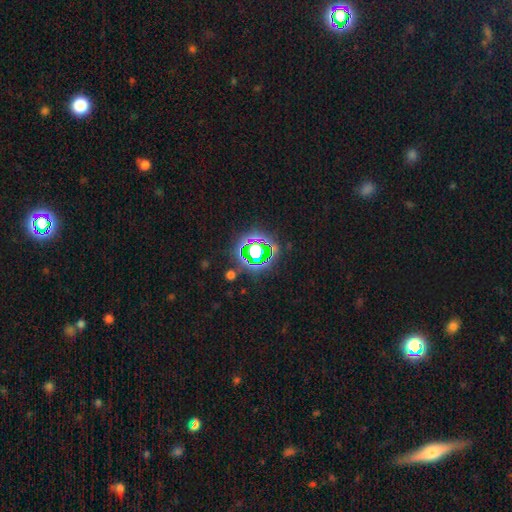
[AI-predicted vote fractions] Smooth or featured? Predicted: star or artifact (p=0.67).